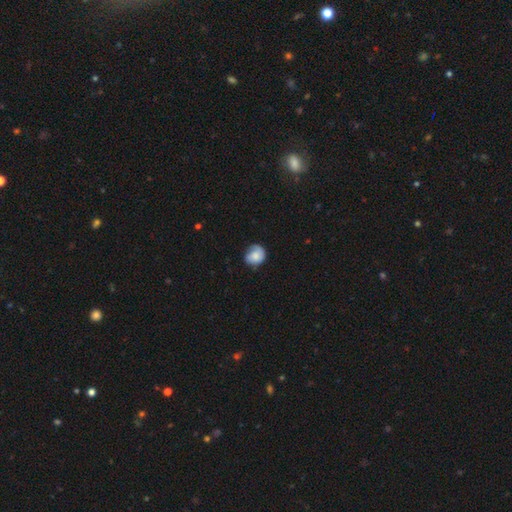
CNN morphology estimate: Smooth or featured?
  - smooth: 65% *
  - featured or disk: 27%
  - star or artifact: 7%
How rounded?
  - round: 70% *
  - in between: 29%
  - cigar-shaped: 1%
Merging?
  - none: 56% *
  - minor disturbance: 31%
  - major disturbance: 11%
  - merger: 2%